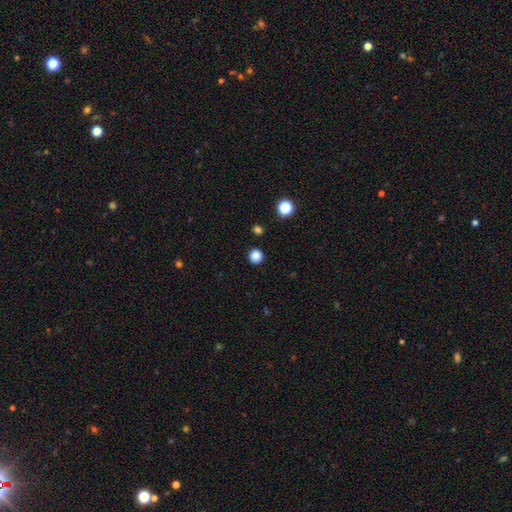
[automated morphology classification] Overall: smooth (85%). How rounded: round (95%). Merging: none (92%).